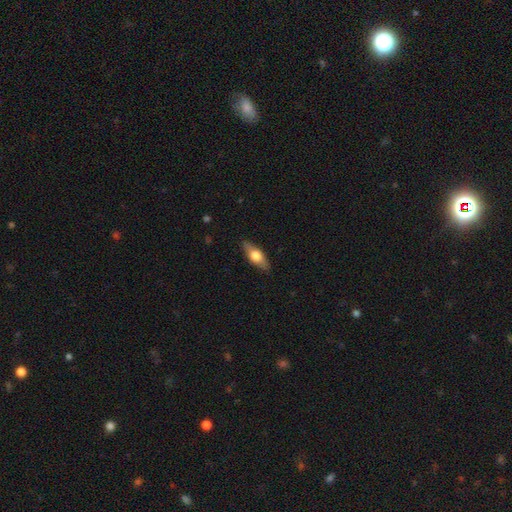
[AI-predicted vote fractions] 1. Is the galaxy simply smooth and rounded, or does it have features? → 53% smooth, 42% featured or disk, 6% star or artifact.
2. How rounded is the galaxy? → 68% in between, 28% cigar-shaped, 4% round.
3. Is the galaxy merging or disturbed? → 87% none, 10% minor disturbance, 2% major disturbance, 1% merger.